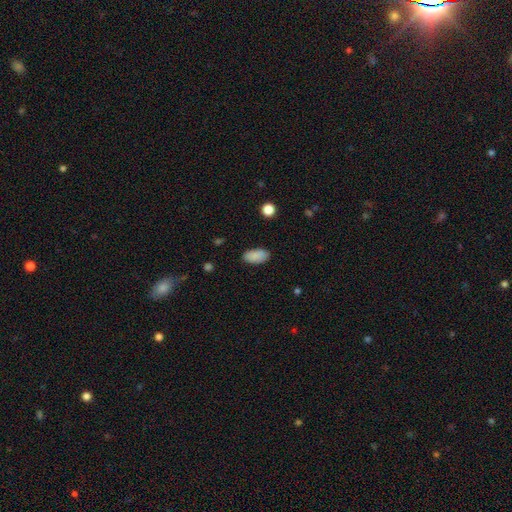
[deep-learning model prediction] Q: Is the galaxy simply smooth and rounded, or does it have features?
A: smooth — 88%.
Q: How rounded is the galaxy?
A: in between — 94%.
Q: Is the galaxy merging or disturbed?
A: none — 85%.